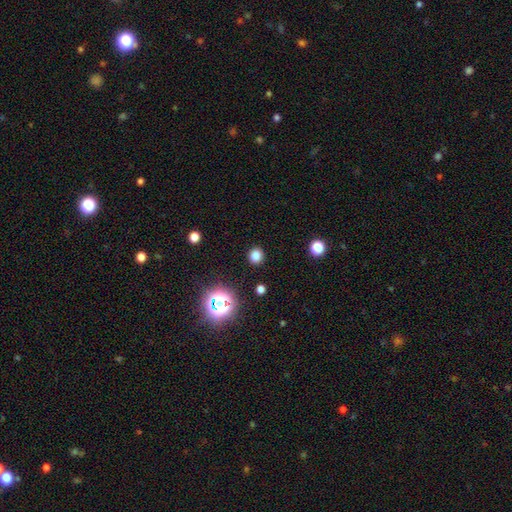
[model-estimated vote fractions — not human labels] Smooth or featured?
  - smooth: 78% *
  - star or artifact: 17%
  - featured or disk: 4%
How rounded?
  - round: 83% *
  - in between: 16%
  - cigar-shaped: 1%
Merging?
  - none: 90% *
  - minor disturbance: 6%
  - major disturbance: 3%
  - merger: 1%